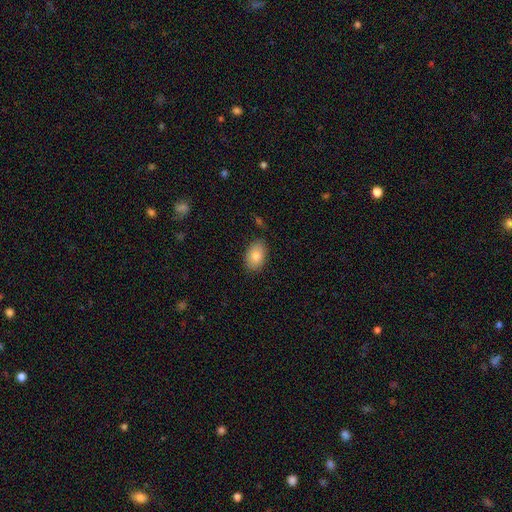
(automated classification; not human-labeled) Smooth or featured?
  - smooth: 82% *
  - featured or disk: 11%
  - star or artifact: 7%
How rounded?
  - in between: 88% *
  - round: 11%
  - cigar-shaped: 1%
Merging?
  - none: 84% *
  - minor disturbance: 12%
  - major disturbance: 2%
  - merger: 2%